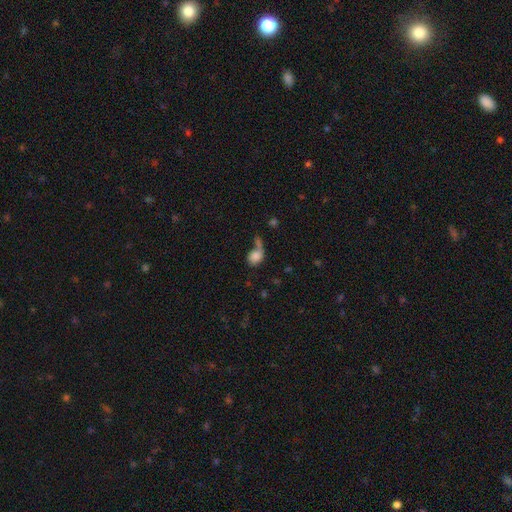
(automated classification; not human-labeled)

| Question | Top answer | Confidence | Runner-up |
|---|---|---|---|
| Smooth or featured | smooth | 75% | featured or disk (15%) |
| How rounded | in between | 53% | round (45%) |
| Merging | merger | 32% | none (27%) |